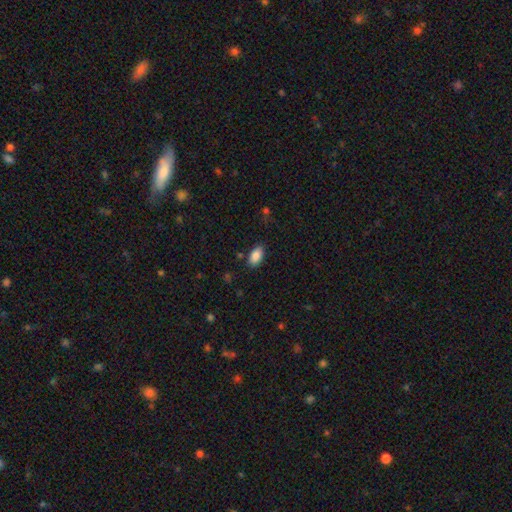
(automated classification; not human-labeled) Morphology: type=smooth (87%); roundness=in between (92%); merging=none (84%).